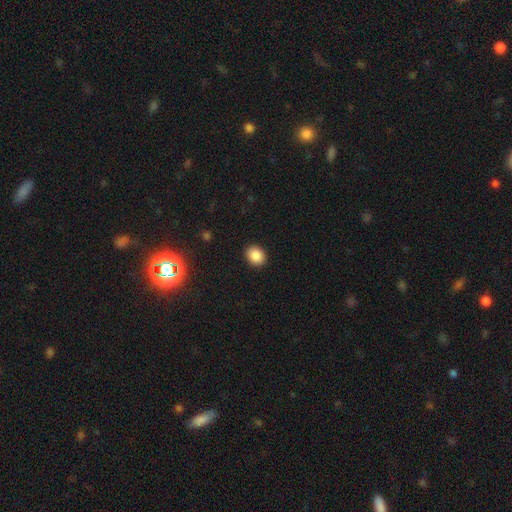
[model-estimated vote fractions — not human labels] This appears to be a smooth galaxy with no disk features (87%) that is round (52%). Merging: none (90%).